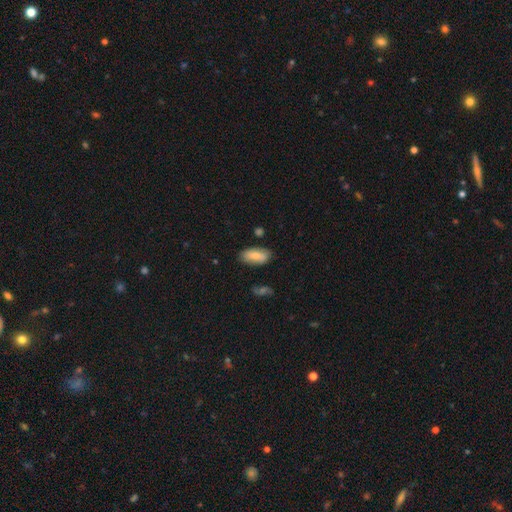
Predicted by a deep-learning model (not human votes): Smooth or featured? smooth (73%)
How rounded? in between (88%)
Merging? none (78%)